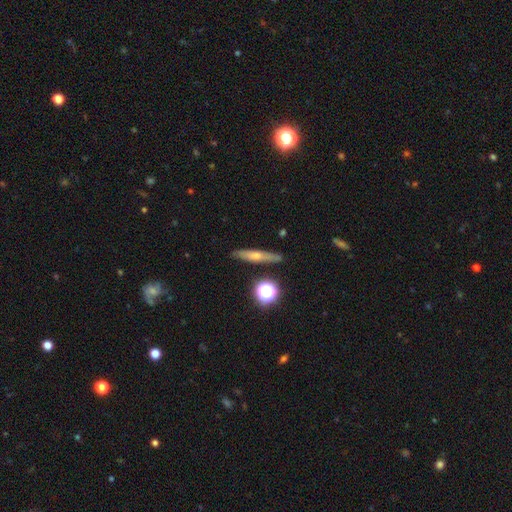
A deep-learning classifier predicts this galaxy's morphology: Overall: featured or disk (49%; smooth 36%). Merging: none (86%).